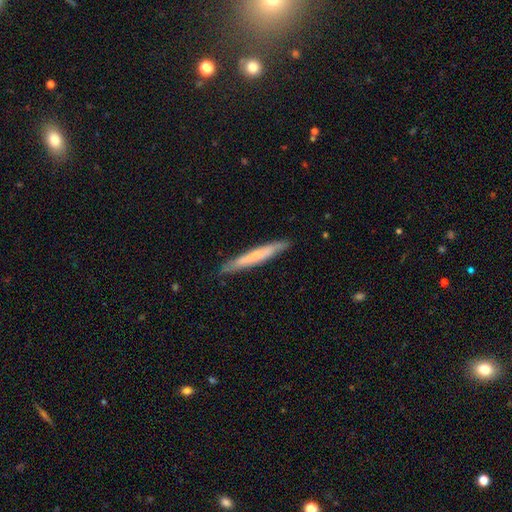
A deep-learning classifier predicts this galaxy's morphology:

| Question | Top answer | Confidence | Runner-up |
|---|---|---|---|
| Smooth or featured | smooth | 58% | featured or disk (37%) |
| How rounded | cigar-shaped | 96% | in between (3%) |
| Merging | none | 88% | minor disturbance (10%) |